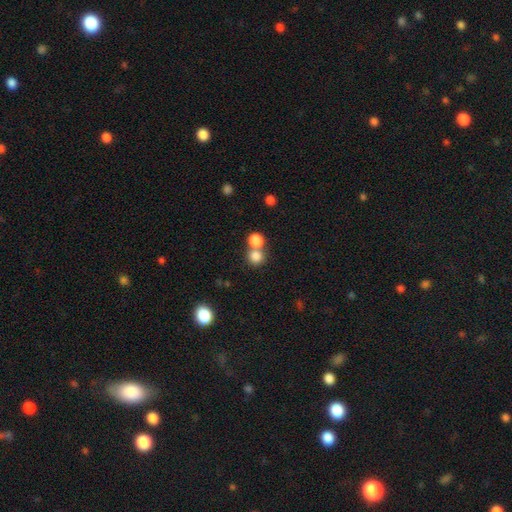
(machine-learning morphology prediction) A smooth galaxy with no disk features (80%) that is round (88%). Merging: none (52%).